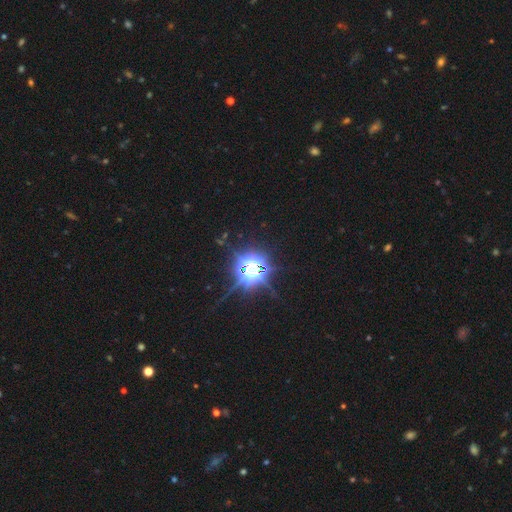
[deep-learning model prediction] A star or artifact, not a galaxy (83%).